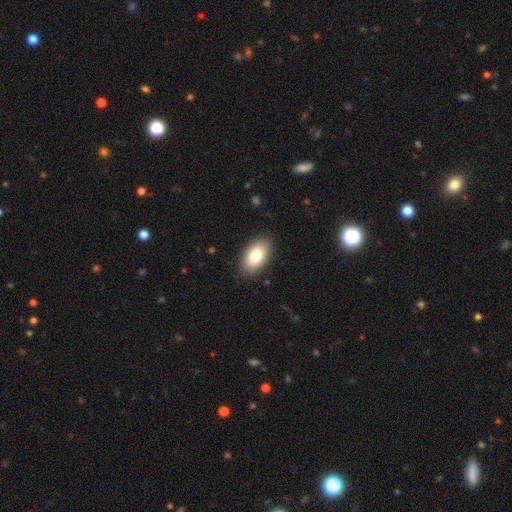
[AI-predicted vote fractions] smooth 81%, featured or disk 12%, star or artifact 7%. Down the decision tree: how rounded — in between (94%); merging — none (87%).